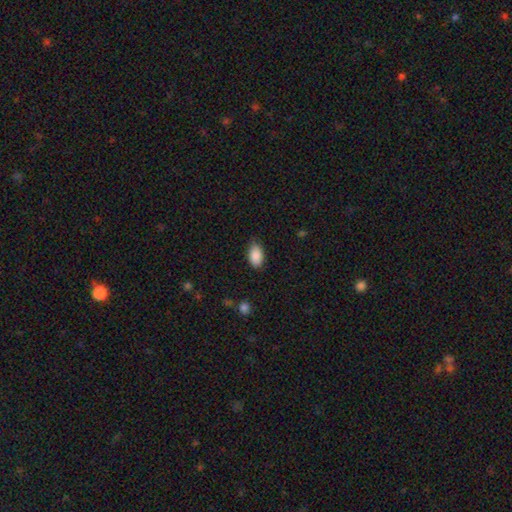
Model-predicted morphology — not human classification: Overall: smooth (89%). How rounded: in between (93%). Merging: none (81%).